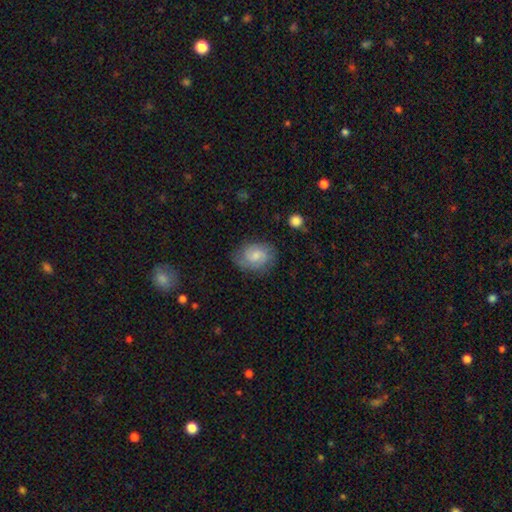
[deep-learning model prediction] A featured or disk galaxy (48%). Merging: none (72%).